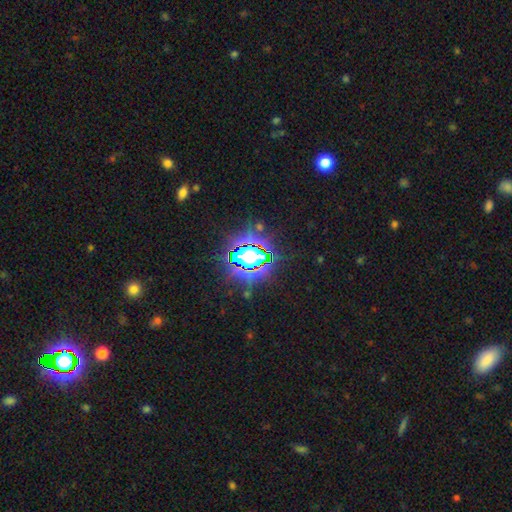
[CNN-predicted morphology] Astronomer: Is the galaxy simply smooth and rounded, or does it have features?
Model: star or artifact — 81%.